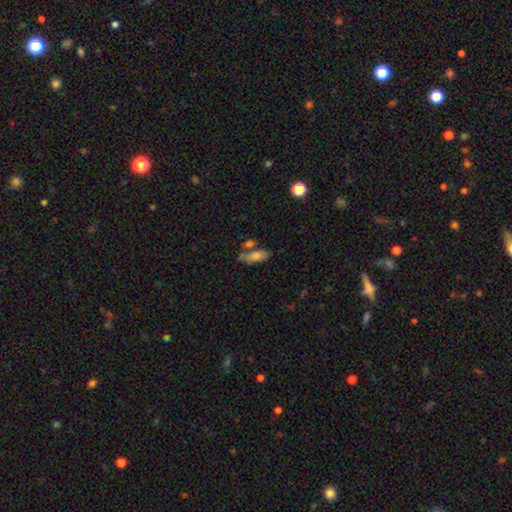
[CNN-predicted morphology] smooth 71%, featured or disk 19%, star or artifact 9%. Down the decision tree: how rounded — in between (69%); merging — none (54%).